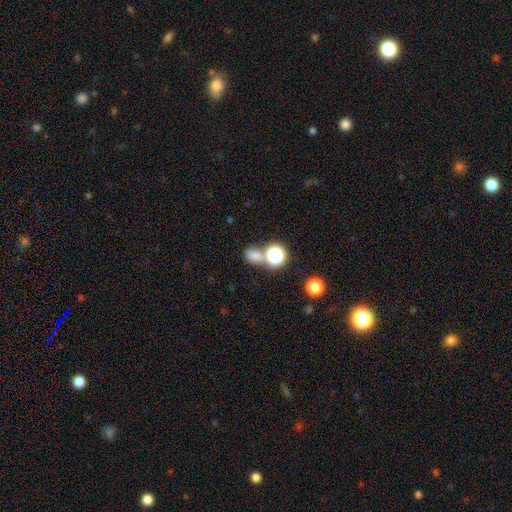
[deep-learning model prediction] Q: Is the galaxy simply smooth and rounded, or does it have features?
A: smooth — 67%.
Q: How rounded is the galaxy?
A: in between — 56%.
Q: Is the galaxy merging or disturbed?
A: none — 49%.